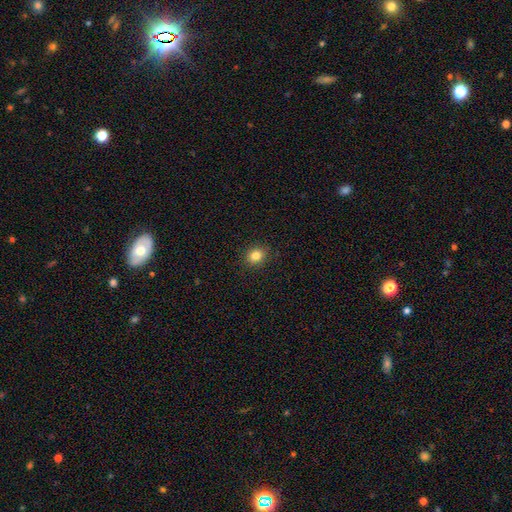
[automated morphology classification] A smooth galaxy with no disk features (83%) that is round (66%).

Vote fractions:
- Smooth or featured? smooth: 83% / star or artifact: 11% / featured or disk: 6%
- How rounded? round: 66% / in between: 33% / cigar-shaped: 1%
- Merging? none: 90% / minor disturbance: 7% / major disturbance: 2% / merger: 1%